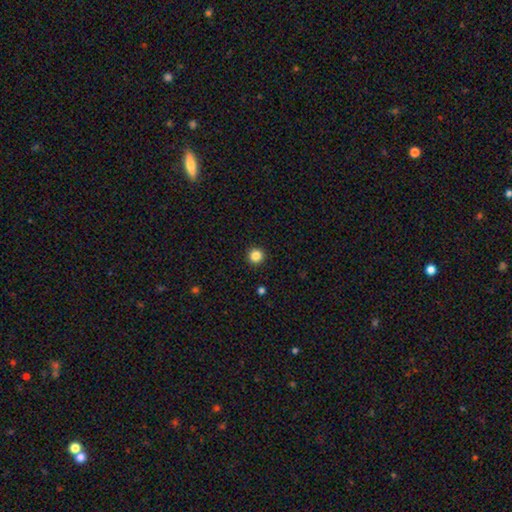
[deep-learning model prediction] This is clearly a smooth galaxy (85%). How rounded: clearly round (96%). Merging: clearly none (94%).